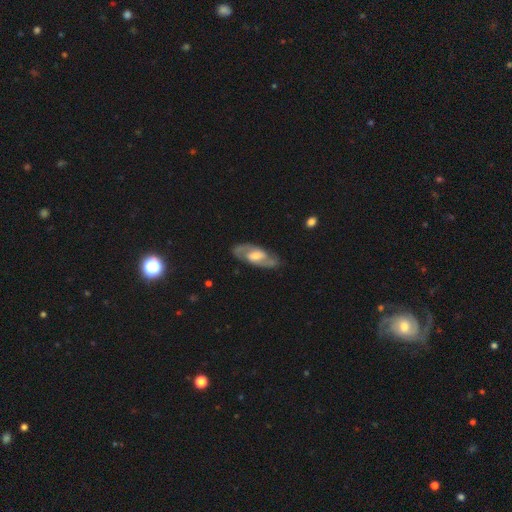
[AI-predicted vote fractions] The model was most divided on "bar": weak: 47%, no: 35%, strong: 18%. More confident: edge-on disk — no (89%); spiral arms — yes (89%); spiral arm count — 2 (86%); merging — none (83%); smooth or featured — featured or disk (79%); bulge size — moderate (59%); spiral winding — medium (50%).